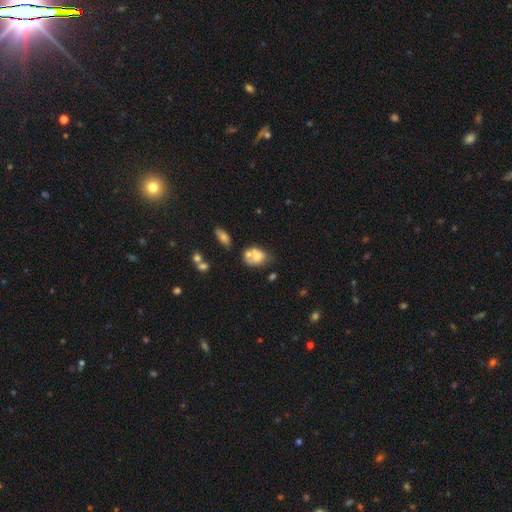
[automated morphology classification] The model was most divided on "merging": merger: 47%, none: 25%, minor disturbance: 17%, major disturbance: 11%. More confident: how rounded — in between (66%); smooth or featured — smooth (62%).